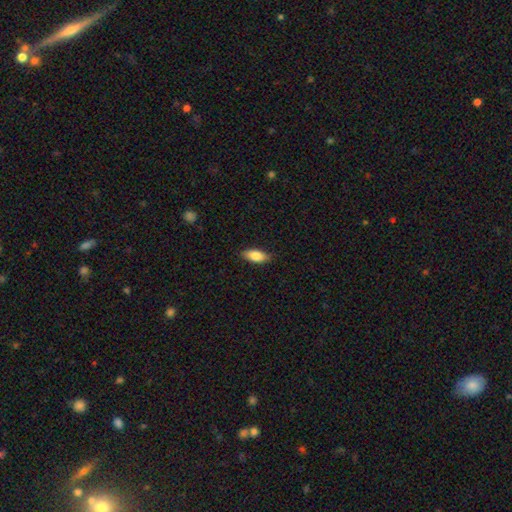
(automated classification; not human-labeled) smooth 83%, featured or disk 11%, star or artifact 6%. Down the decision tree: how rounded — in between (87%); merging — none (86%).